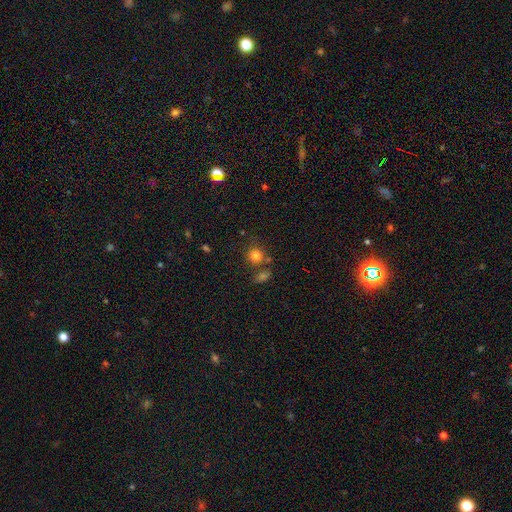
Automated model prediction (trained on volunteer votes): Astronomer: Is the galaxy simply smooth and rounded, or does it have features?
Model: smooth — 80%.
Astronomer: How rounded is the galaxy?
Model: round — 87%.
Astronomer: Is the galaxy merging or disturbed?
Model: none — 69%.